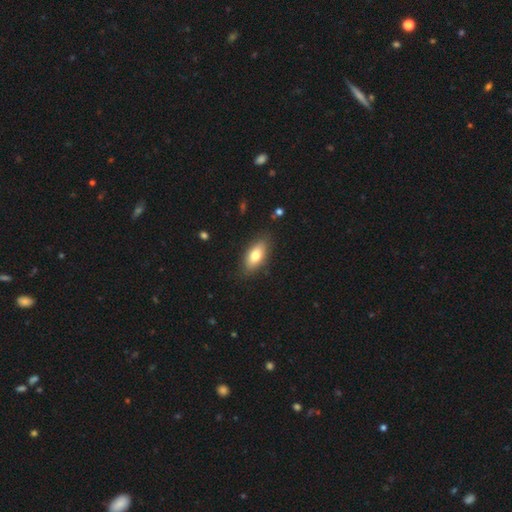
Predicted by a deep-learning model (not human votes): smooth_or_featured: smooth (p=0.76) [alt: featured or disk p=0.18]
how_rounded: in between (p=0.85) [alt: cigar-shaped p=0.11]
merging: none (p=0.85) [alt: minor disturbance p=0.12]